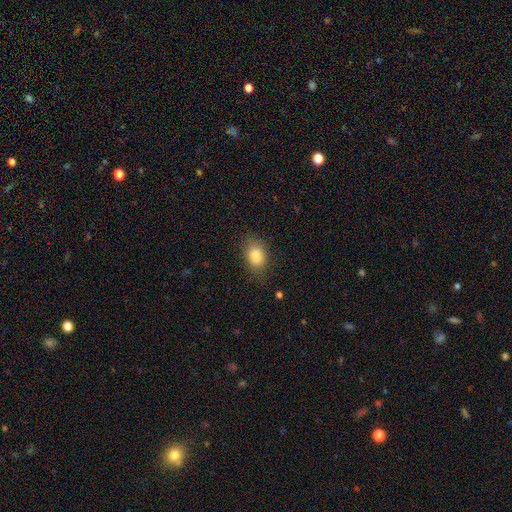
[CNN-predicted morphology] smooth_or_featured: smooth (p=0.83) [alt: star or artifact p=0.09]
how_rounded: in between (p=0.81) [alt: round p=0.18]
merging: none (p=0.79) [alt: minor disturbance p=0.15]